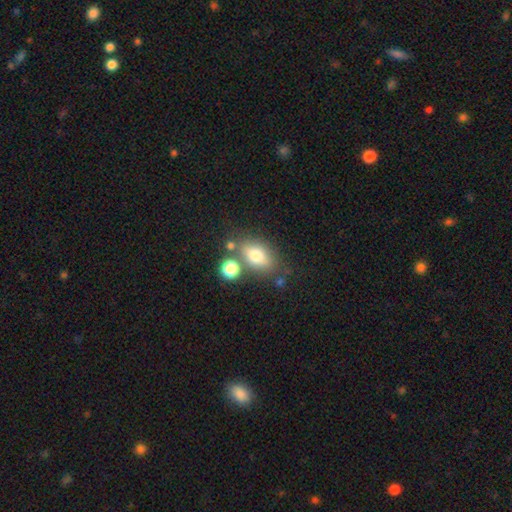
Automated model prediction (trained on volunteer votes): This is likely a smooth galaxy (68%). How rounded: likely in between (77%). Merging: likely none (65%).